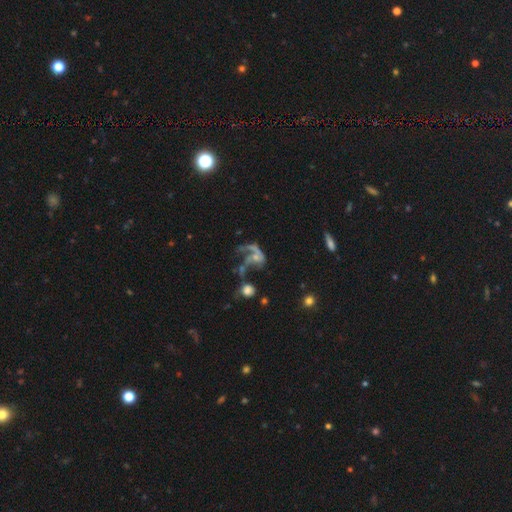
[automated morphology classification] The model was most divided on "merging": major disturbance: 42%, merger: 24%, none: 22%, minor disturbance: 12%. Remaining: edge-on disk — no (97%); bar — no (72%); spiral arms — yes (68%); smooth or featured — featured or disk (66%); bulge size — small (49%).